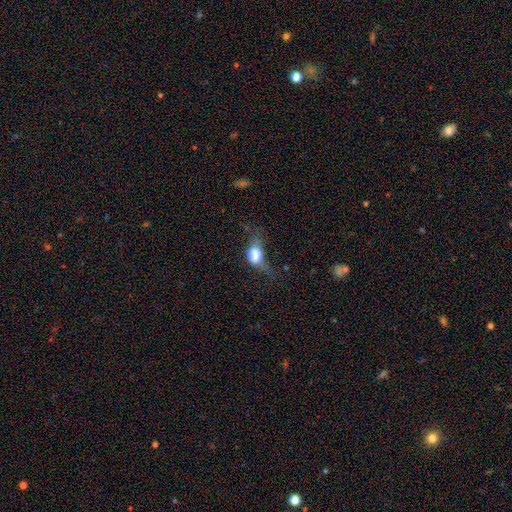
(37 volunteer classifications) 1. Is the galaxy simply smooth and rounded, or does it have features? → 86% smooth, 11% featured or disk, 3% star or artifact.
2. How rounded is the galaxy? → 84% in between, 16% round, 0% cigar-shaped.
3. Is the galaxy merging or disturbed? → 58% major disturbance, 17% none, 17% minor disturbance, 8% merger.